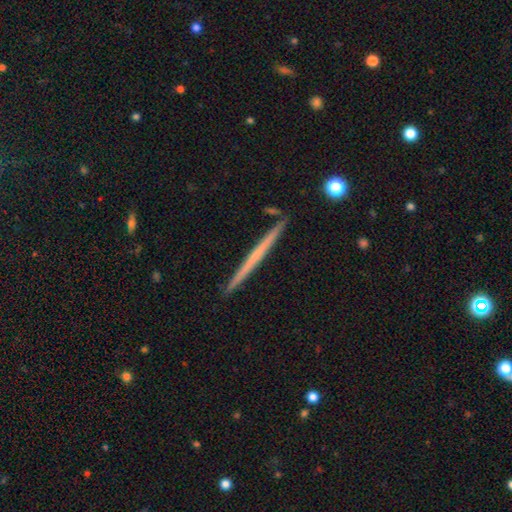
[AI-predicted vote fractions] Smooth or featured? Predicted: featured or disk (p=0.55). Edge-on disk? Predicted: yes (p=0.98). Edge-on bulge? Predicted: none (p=0.89). Merging? Predicted: none (p=0.92).